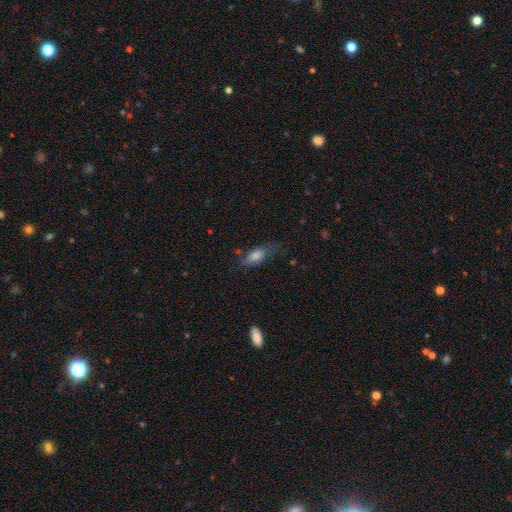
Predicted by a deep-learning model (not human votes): The model was most divided on "merging": none: 51%, minor disturbance: 30%, major disturbance: 16%, merger: 3%. More confident: how rounded — in between (74%); smooth or featured — smooth (71%).